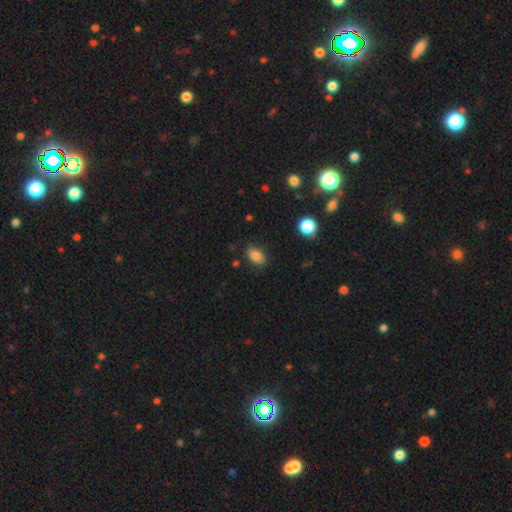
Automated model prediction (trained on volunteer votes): A smooth galaxy with no disk features (84%) that is in between round and cigar-shaped (88%). Merging: none (85%).